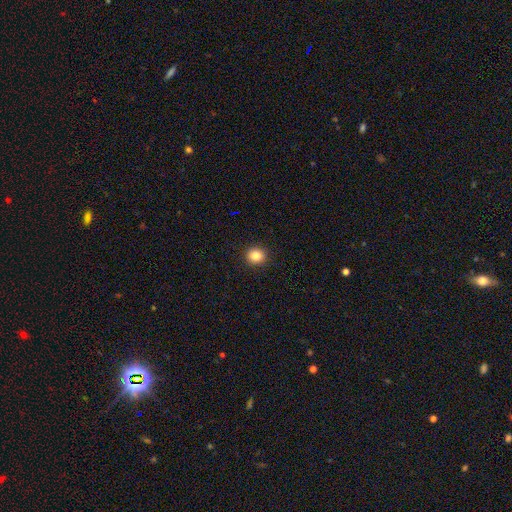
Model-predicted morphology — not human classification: smooth-or-featured: smooth: 85% | star or artifact: 11% | featured or disk: 5%
  how-rounded: round: 84% | in between: 15% | cigar-shaped: 1%
  merging: none: 92% | minor disturbance: 5% | major disturbance: 2% | merger: 1%